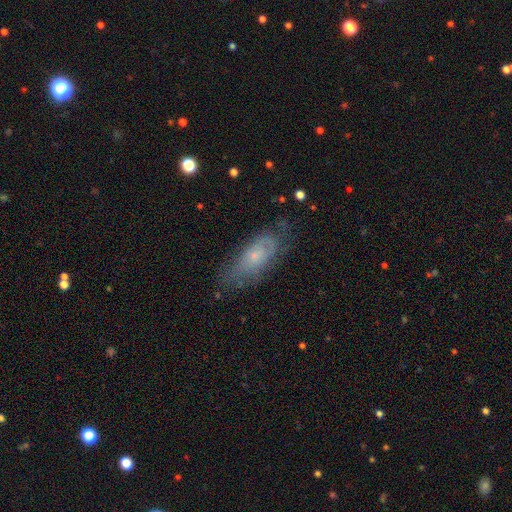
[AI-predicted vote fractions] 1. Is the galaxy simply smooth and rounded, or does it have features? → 50% featured or disk, 42% smooth, 8% star or artifact.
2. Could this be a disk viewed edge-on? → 86% no, 14% yes.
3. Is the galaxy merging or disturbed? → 58% none, 27% minor disturbance, 14% major disturbance, 2% merger.